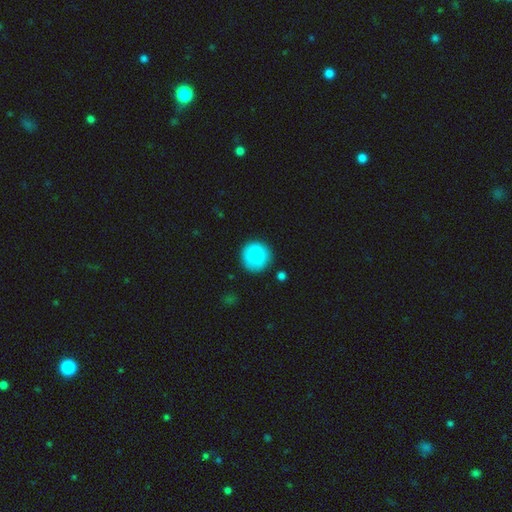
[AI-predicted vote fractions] Smooth or featured? Predicted: smooth (p=0.87). How rounded? Predicted: round (p=0.94). Merging? Predicted: none (p=0.87).